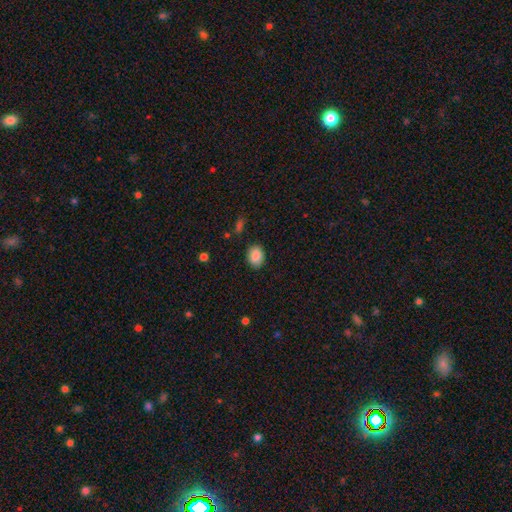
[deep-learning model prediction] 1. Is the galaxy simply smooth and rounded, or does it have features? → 87% smooth, 8% star or artifact, 5% featured or disk.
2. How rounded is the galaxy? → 67% in between, 32% round, 1% cigar-shaped.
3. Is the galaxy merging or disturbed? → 86% none, 10% minor disturbance, 3% major disturbance, 1% merger.